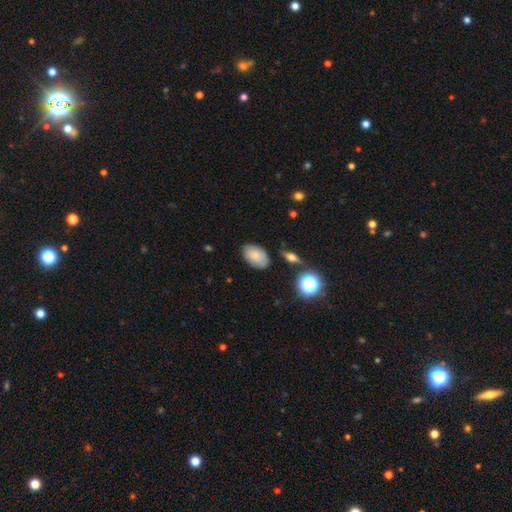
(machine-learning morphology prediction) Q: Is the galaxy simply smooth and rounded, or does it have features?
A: smooth — 79%.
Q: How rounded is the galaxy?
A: in between — 90%.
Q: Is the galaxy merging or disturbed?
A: none — 79%.